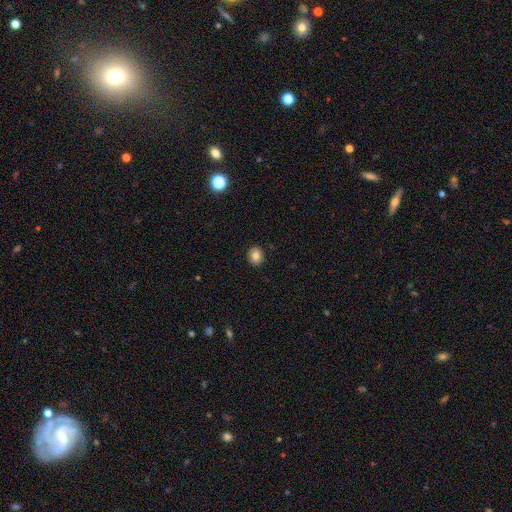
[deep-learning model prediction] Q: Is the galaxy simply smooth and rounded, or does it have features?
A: smooth — 81%.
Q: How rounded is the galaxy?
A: round — 78%.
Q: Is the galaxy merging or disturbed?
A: none — 90%.